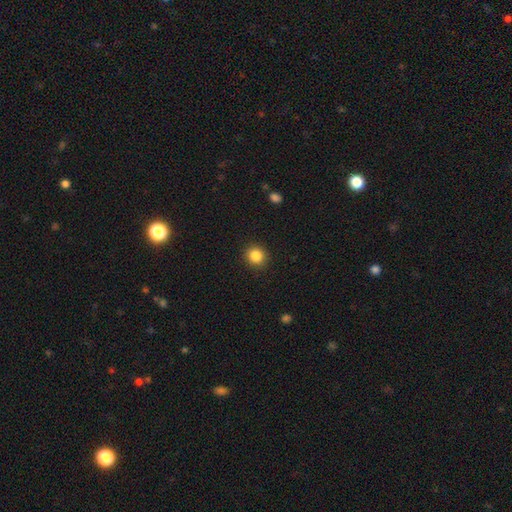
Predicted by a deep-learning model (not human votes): Overall: smooth (85%). How rounded: round (87%). Merging: none (91%).